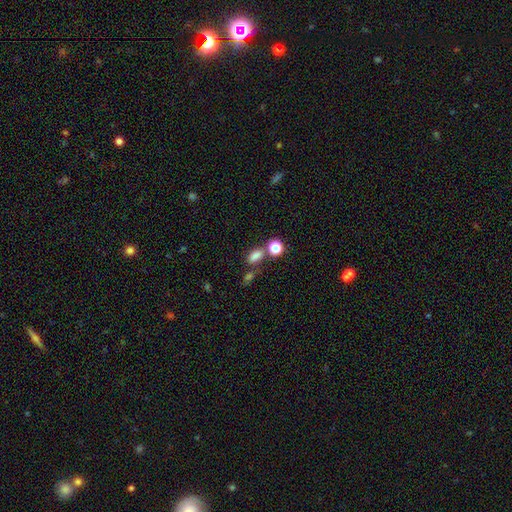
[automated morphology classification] Smooth or featured? Predicted: smooth (p=0.76). How rounded? Predicted: in between (p=0.77). Merging? Predicted: none (p=0.55).